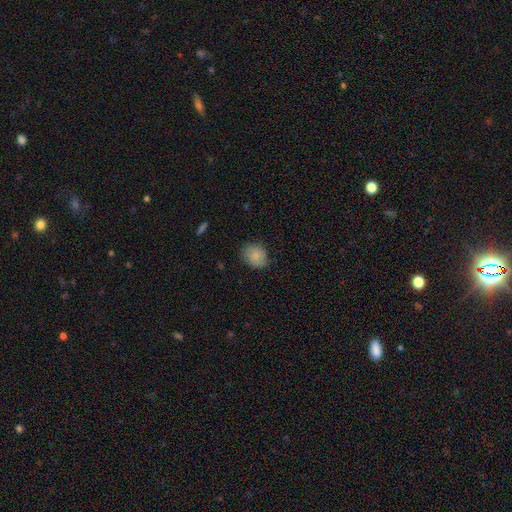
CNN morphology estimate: Smooth or featured? smooth (81%)
How rounded? round (66%)
Merging? none (76%)